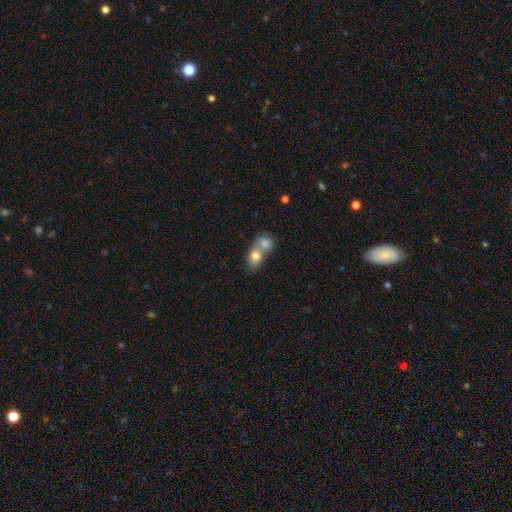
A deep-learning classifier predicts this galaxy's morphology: Smooth or featured? smooth (76%)
How rounded? round (50%)
Merging? merger (72%)